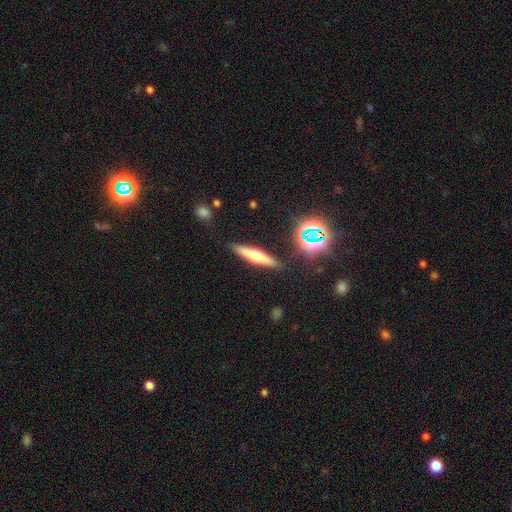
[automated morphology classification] A smooth galaxy with no disk features (46%).

Vote fractions:
- Smooth or featured? smooth: 46% / featured or disk: 44% / star or artifact: 10%
- Merging? none: 86% / minor disturbance: 9% / major disturbance: 2% / merger: 2%